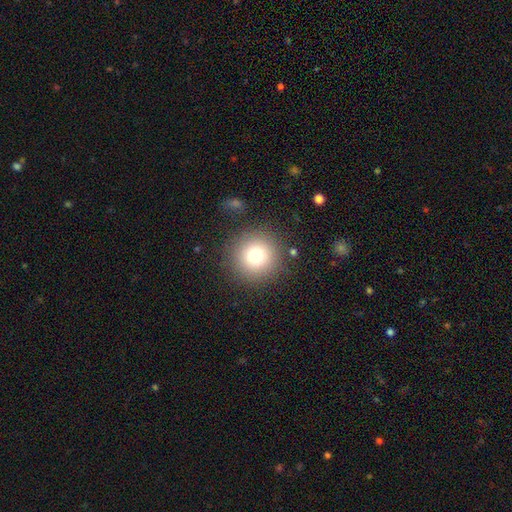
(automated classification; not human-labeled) Overall: smooth (77%). How rounded: round (96%). Merging: none (87%).